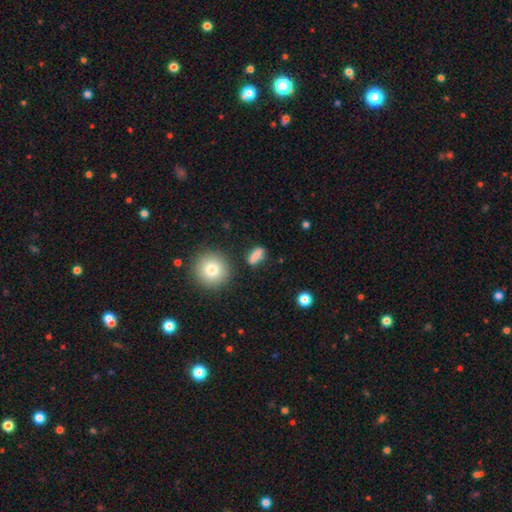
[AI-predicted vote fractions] This appears to be a smooth galaxy with no disk features (80%) that is in between round and cigar-shaped (63%). Merging: none (77%).